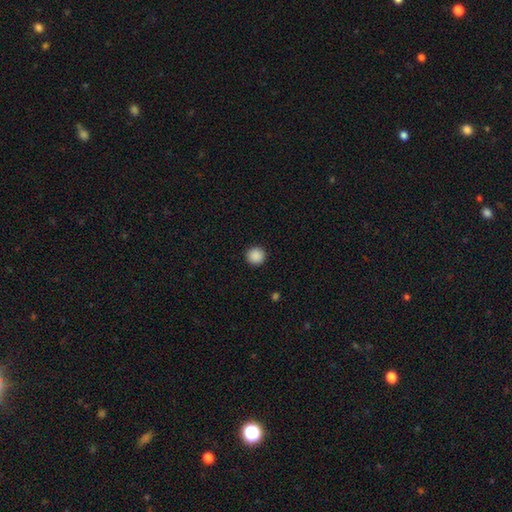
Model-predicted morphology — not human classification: The model was most divided on "smooth or featured": smooth: 89%, star or artifact: 9%, featured or disk: 2%. More confident: how rounded — round (95%); merging — none (93%).